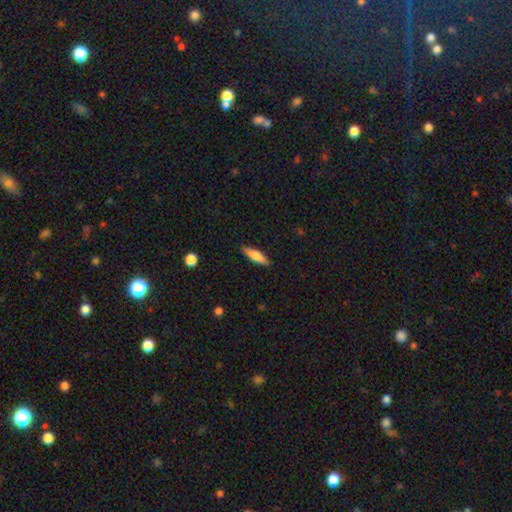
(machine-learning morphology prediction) Overall: smooth (73%). How rounded: cigar-shaped (61%; in between 37%). Merging: none (88%).